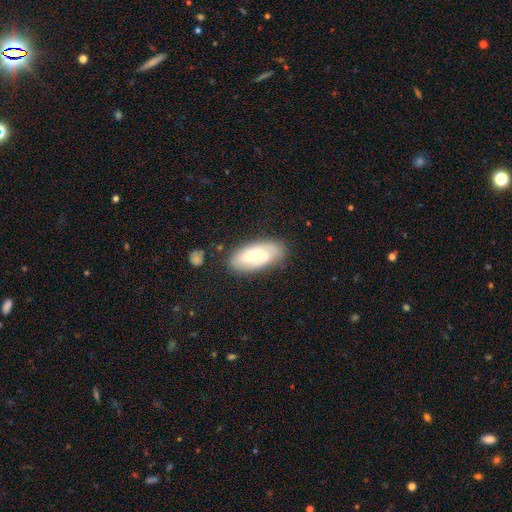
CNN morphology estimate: A featured or disk galaxy (61%) with no bar (53%), spiral arms (84%) and a moderate central bulge (50%). Merging: none (76%).